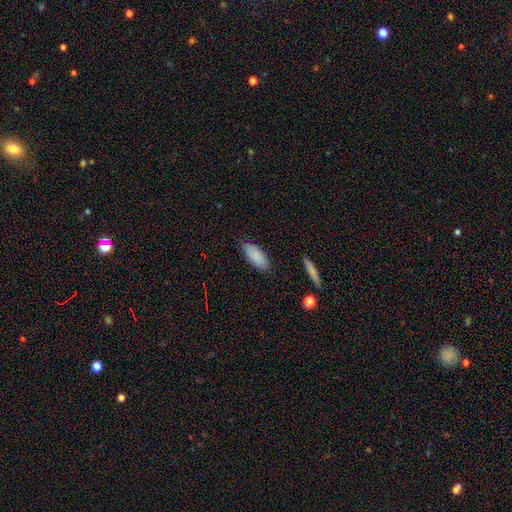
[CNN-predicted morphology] Smooth or featured? smooth (87%)
How rounded? in between (83%)
Merging? none (81%)